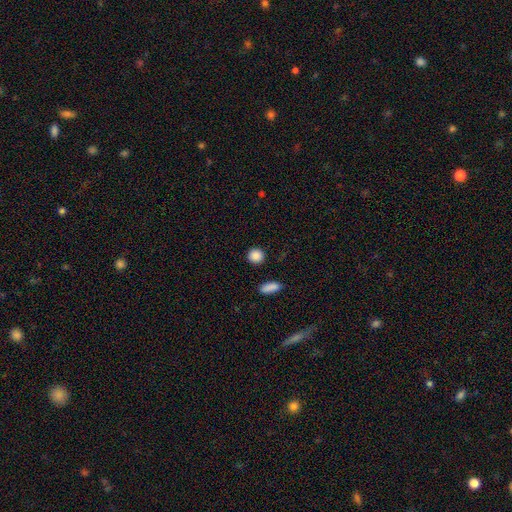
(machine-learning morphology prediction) This is clearly a smooth galaxy (88%). How rounded: clearly round (87%). Merging: clearly none (90%).